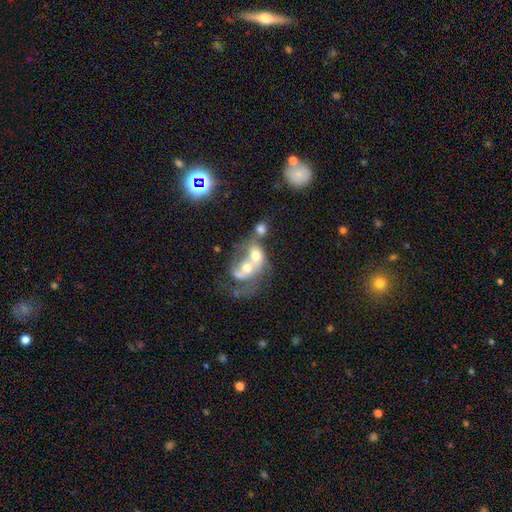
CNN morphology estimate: Smooth or featured: featured or disk — 49% (smooth — 41%)
Merging: merger — 74% (major disturbance — 11%)